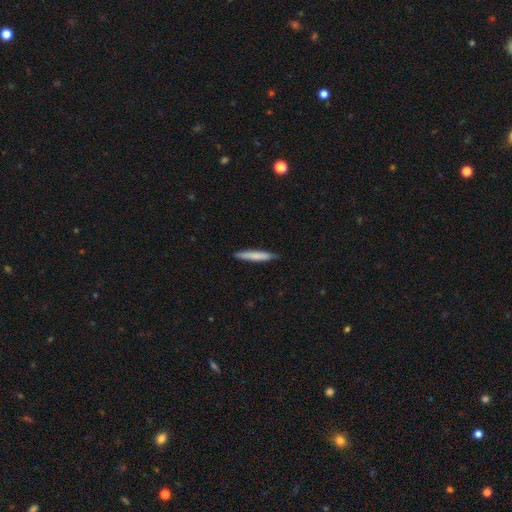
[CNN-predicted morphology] Smooth or featured: smooth — 73% (featured or disk — 21%)
How rounded: cigar-shaped — 94% (in between — 5%)
Merging: none — 85% (minor disturbance — 12%)